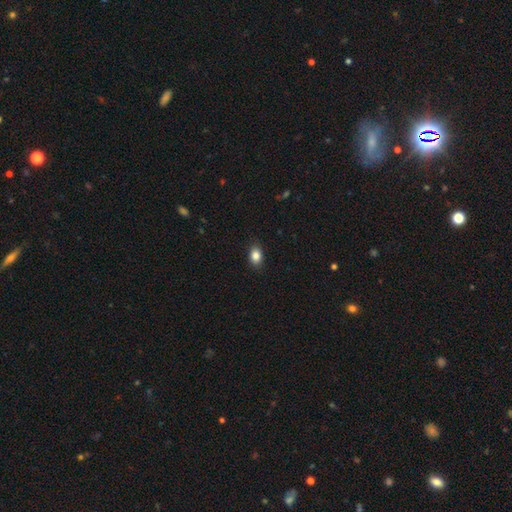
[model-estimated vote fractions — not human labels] This appears to be a smooth galaxy with no disk features (86%) that is in between round and cigar-shaped (78%). Merging: none (88%).